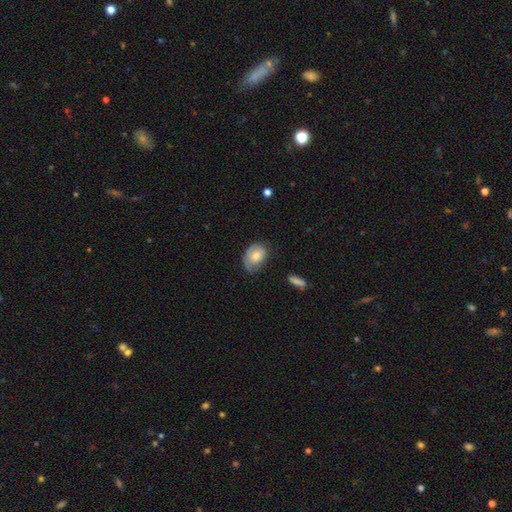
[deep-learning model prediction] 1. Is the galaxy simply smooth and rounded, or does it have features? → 61% smooth, 32% featured or disk, 7% star or artifact.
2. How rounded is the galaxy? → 77% in between, 22% round, 1% cigar-shaped.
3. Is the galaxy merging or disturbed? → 54% none, 31% minor disturbance, 13% major disturbance, 2% merger.